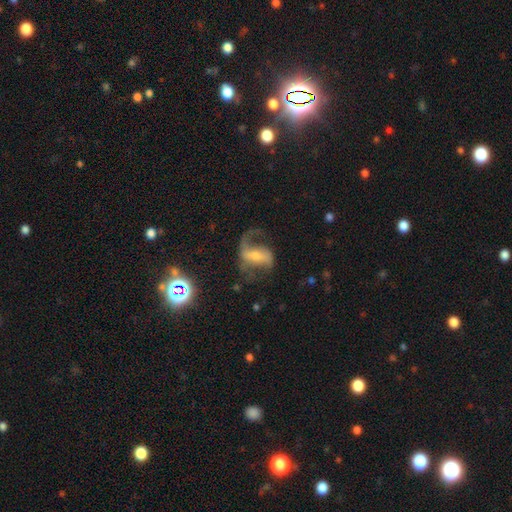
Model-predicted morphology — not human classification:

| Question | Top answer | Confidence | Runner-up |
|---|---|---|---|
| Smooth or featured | featured or disk | 77% | smooth (15%) |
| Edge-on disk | no | 96% | yes (4%) |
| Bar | strong | 42% | weak (37%) |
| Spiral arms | yes | 89% | no (11%) |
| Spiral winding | loose | 62% | medium (31%) |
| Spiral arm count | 2 | 70% | 1 (23%) |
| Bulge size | small | 46% | moderate (37%) |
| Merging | none | 47% | major disturbance (32%) |